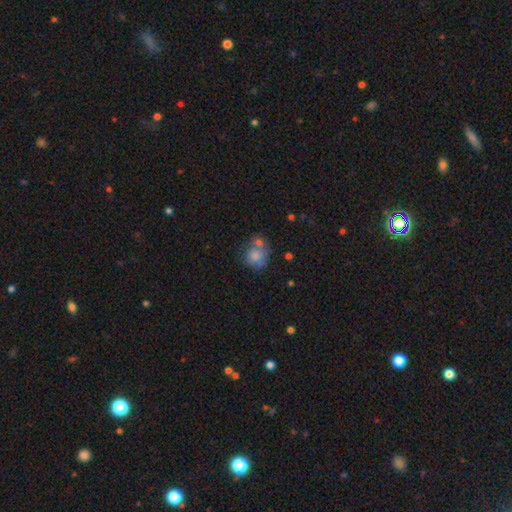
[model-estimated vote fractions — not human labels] Smooth or featured?
  - smooth: 74% *
  - featured or disk: 17%
  - star or artifact: 9%
How rounded?
  - round: 70% *
  - in between: 29%
  - cigar-shaped: 1%
Merging?
  - none: 38% *
  - merger: 35%
  - minor disturbance: 17%
  - major disturbance: 9%